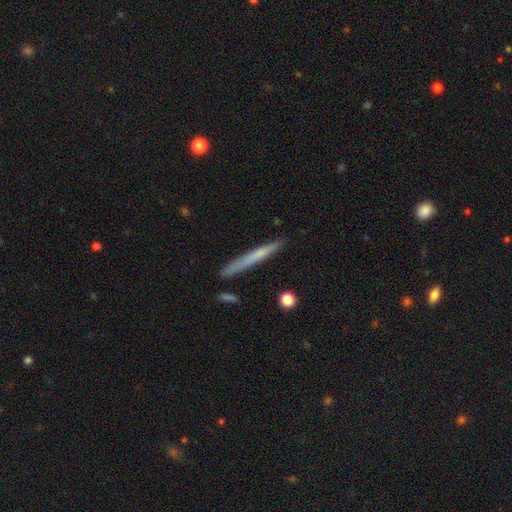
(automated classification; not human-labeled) smooth 56%, featured or disk 38%, star or artifact 6%. Down the decision tree: how rounded — cigar-shaped (97%); merging — none (85%).